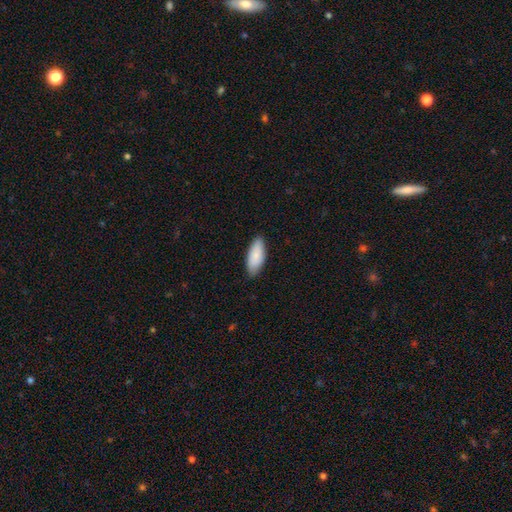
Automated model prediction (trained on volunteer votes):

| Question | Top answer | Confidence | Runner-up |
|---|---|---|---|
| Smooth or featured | smooth | 86% | featured or disk (8%) |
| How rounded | in between | 83% | cigar-shaped (15%) |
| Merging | none | 84% | minor disturbance (13%) |